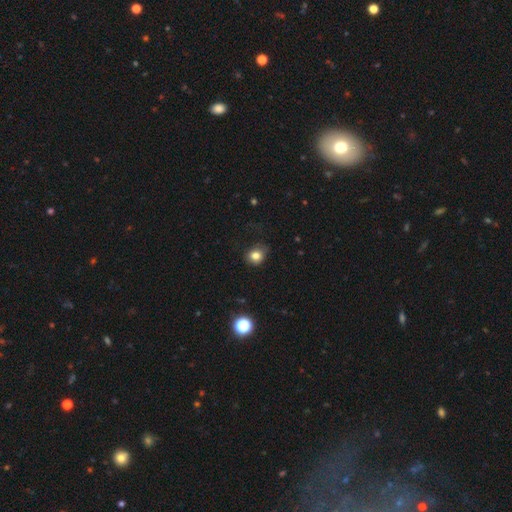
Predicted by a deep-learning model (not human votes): Overall: smooth (80%). How rounded: round (71%). Merging: none (69%).